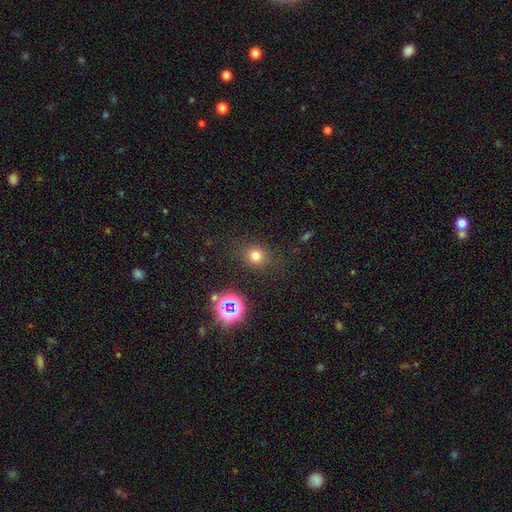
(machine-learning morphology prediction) Smooth or featured: smooth — 72% (star or artifact — 20%)
How rounded: round — 80% (in between — 19%)
Merging: none — 83% (minor disturbance — 10%)